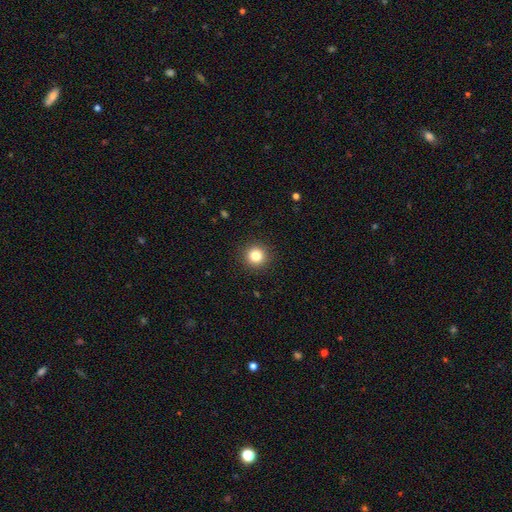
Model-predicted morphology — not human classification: Q: Smooth or featured?
A: smooth (83%); runner-up: star or artifact (12%)
Q: How rounded?
A: round (95%); runner-up: in between (4%)
Q: Merging?
A: none (93%); runner-up: minor disturbance (5%)